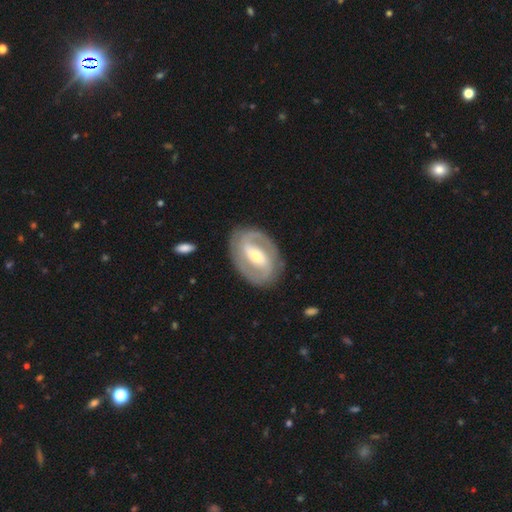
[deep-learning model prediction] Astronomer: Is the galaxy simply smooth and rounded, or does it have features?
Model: featured or disk — 86%.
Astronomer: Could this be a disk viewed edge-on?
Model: no — 97%.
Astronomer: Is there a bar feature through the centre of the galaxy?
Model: strong — 50% (runner-up: weak, 35%).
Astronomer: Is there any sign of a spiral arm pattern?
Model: yes — 92%.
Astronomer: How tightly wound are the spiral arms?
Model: tight — 44%, tied with medium at 44%.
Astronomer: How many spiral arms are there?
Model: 2 — 89%.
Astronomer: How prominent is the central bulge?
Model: moderate — 52% (runner-up: small, 40%).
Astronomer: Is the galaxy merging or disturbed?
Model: none — 85%.